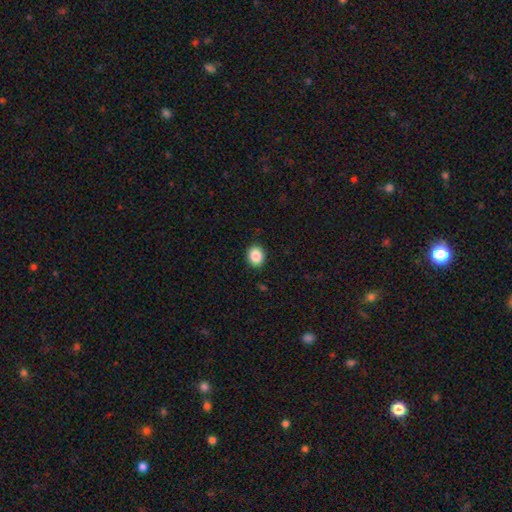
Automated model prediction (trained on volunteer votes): Smooth or featured?
  - smooth: 88% *
  - star or artifact: 9%
  - featured or disk: 4%
How rounded?
  - round: 58% *
  - in between: 41%
  - cigar-shaped: 1%
Merging?
  - none: 90% *
  - minor disturbance: 7%
  - major disturbance: 2%
  - merger: 1%